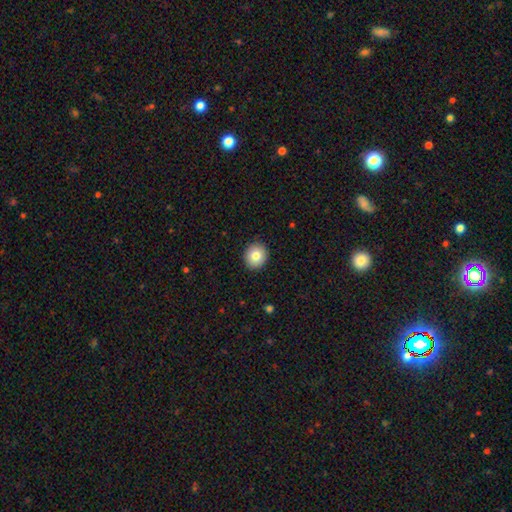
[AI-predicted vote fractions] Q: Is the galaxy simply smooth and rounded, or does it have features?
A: smooth — 81%.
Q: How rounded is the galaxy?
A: round — 82%.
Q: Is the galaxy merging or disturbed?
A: none — 92%.